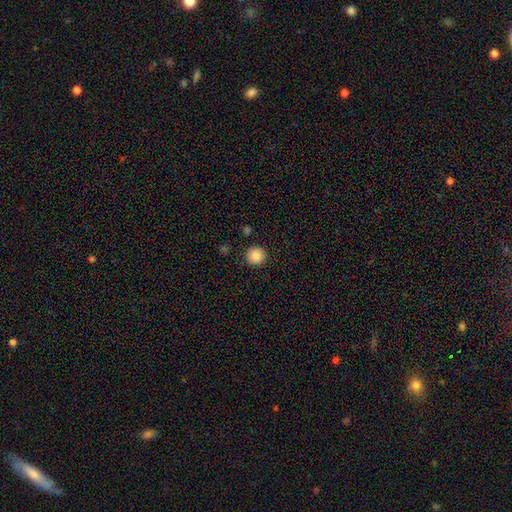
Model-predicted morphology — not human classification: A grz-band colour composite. It shows a smooth galaxy with no disk features (86%) that is round (95%). Merging: none (92%).